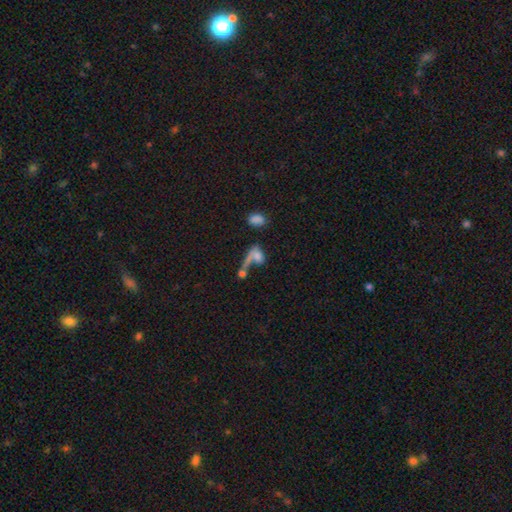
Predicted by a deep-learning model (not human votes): Smooth or featured?
  - smooth: 59% *
  - featured or disk: 28%
  - star or artifact: 13%
How rounded?
  - in between: 67% *
  - round: 20%
  - cigar-shaped: 13%
Merging?
  - merger: 42% *
  - major disturbance: 24%
  - none: 23%
  - minor disturbance: 11%